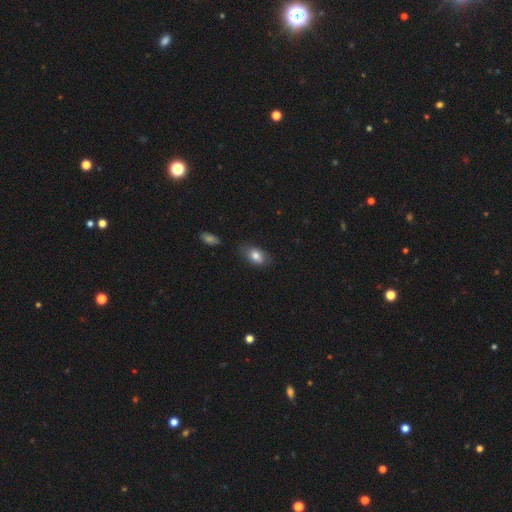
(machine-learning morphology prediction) smooth-or-featured: smooth: 80% | featured or disk: 12% | star or artifact: 8%
  how-rounded: in between: 88% | round: 10% | cigar-shaped: 2%
  merging: none: 74% | minor disturbance: 19% | major disturbance: 4% | merger: 3%